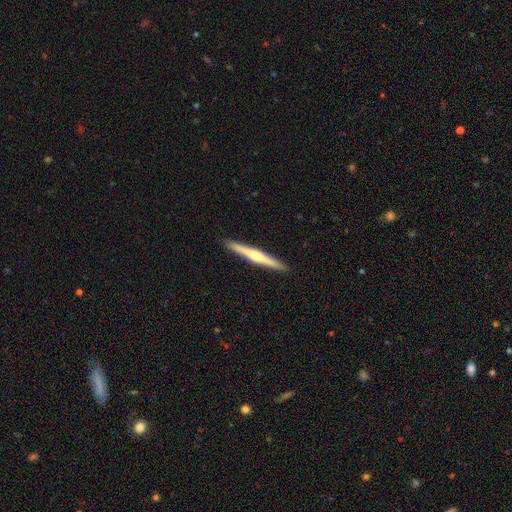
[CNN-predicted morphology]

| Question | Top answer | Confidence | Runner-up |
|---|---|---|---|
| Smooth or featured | featured or disk | 61% | smooth (34%) |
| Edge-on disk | yes | 98% | no (2%) |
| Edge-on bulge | rounded | 80% | none (15%) |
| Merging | none | 92% | minor disturbance (5%) |